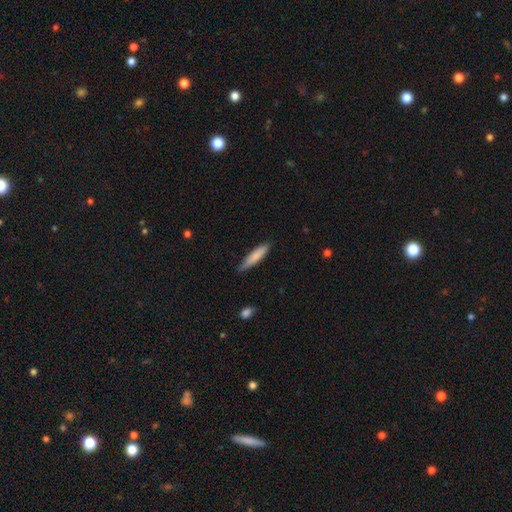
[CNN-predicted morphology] smooth-or-featured: smooth: 80% | featured or disk: 14% | star or artifact: 6%
  how-rounded: cigar-shaped: 82% | in between: 17% | round: 1%
  merging: none: 76% | minor disturbance: 20% | major disturbance: 3% | merger: 1%